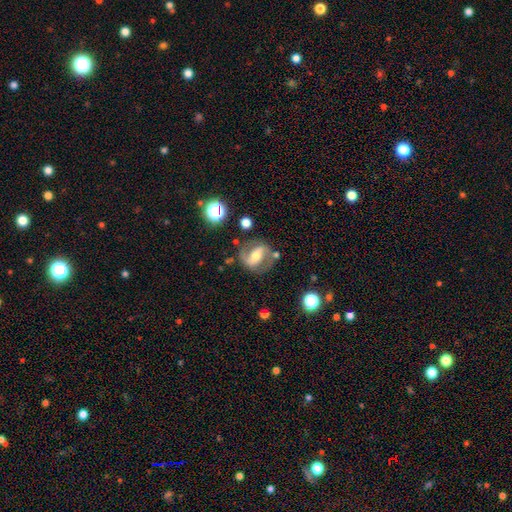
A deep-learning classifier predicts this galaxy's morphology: Smooth or featured? Predicted: featured or disk (p=0.77). Edge-on disk? Predicted: no (p=0.96). Bar? Predicted: strong (p=0.50). Spiral arms? Predicted: yes (p=0.88). Spiral winding? Predicted: medium (p=0.51). Spiral arm count? Predicted: 2 (p=0.88). Bulge size? Predicted: moderate (p=0.58). Merging? Predicted: none (p=0.72).